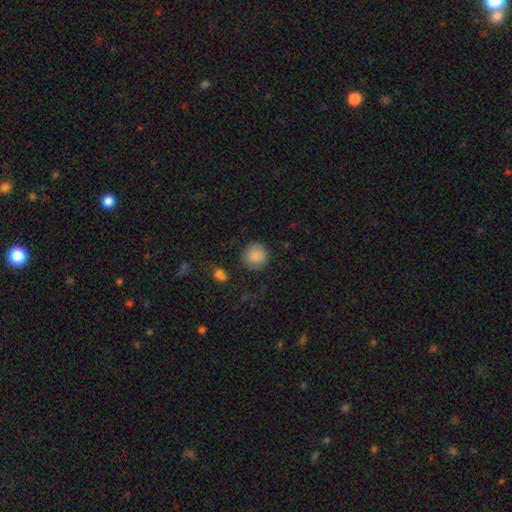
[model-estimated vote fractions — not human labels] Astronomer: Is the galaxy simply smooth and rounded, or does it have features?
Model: smooth — 87%.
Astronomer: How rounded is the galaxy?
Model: round — 93%.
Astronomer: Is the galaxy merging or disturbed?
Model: none — 85%.